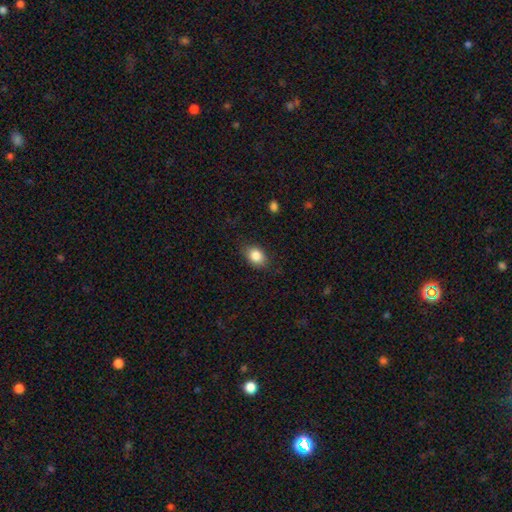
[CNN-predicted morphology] smooth 84%, star or artifact 8%, featured or disk 7%. Down the decision tree: how rounded — in between (77%); merging — none (82%).